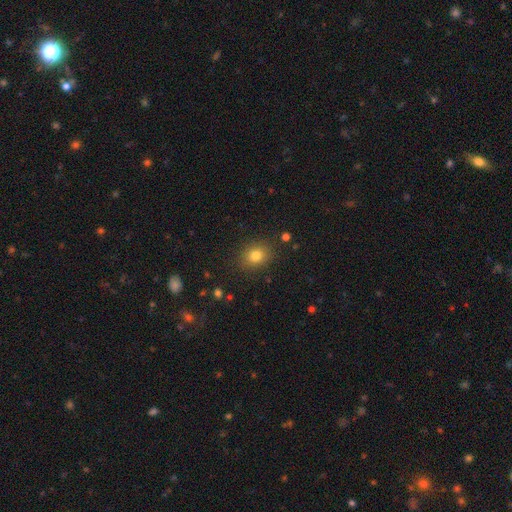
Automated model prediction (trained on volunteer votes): smooth 80%, star or artifact 13%, featured or disk 7%. Down the decision tree: how rounded — round (57%); merging — none (87%).